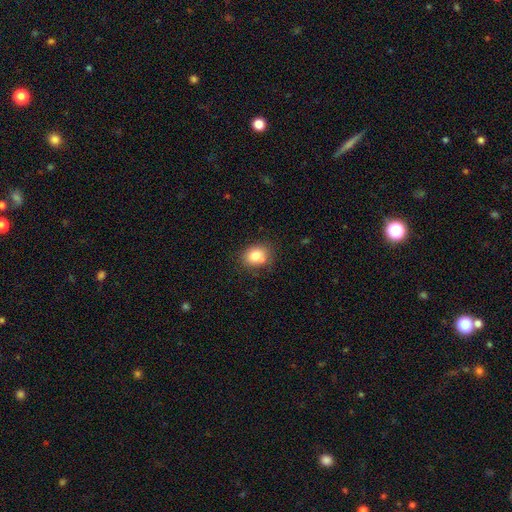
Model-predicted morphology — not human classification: A smooth galaxy with no disk features (79%) that is round (53%).

Vote fractions:
- Smooth or featured? smooth: 79% / featured or disk: 10% / star or artifact: 10%
- How rounded? round: 53% / in between: 46% / cigar-shaped: 1%
- Merging? none: 70% / minor disturbance: 17% / merger: 8% / major disturbance: 4%